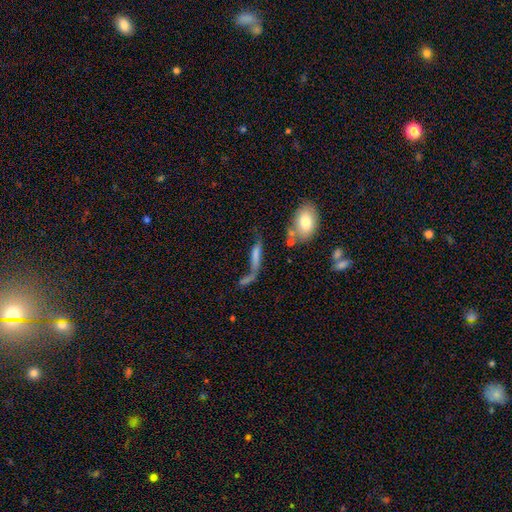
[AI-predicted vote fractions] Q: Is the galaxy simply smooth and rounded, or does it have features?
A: smooth — 54%.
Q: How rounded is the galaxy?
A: cigar-shaped — 65%.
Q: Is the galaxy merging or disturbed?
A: merger — 32%.